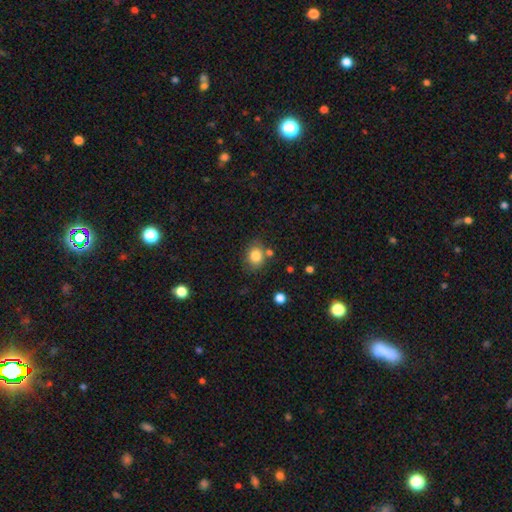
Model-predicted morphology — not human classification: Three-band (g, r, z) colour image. It shows a smooth galaxy with no disk features (83%) that is round (58%). Merging: none (72%).